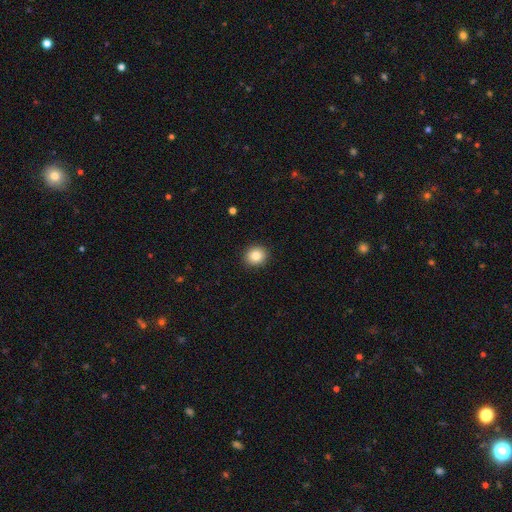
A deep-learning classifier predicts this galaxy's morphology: This appears to be a smooth galaxy with no disk features (85%) that is round (83%). Merging: none (91%).